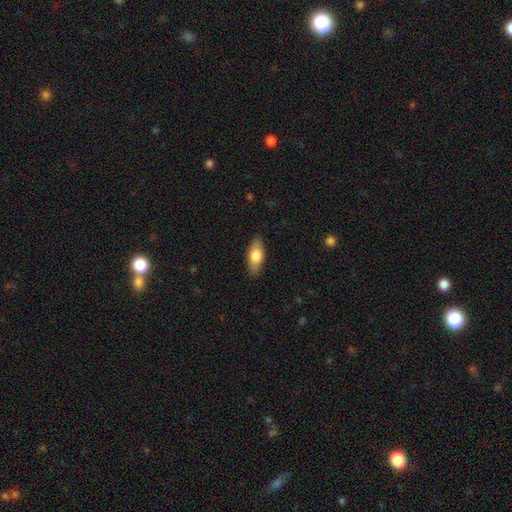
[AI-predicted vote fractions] smooth 74%, featured or disk 20%, star or artifact 6%. Down the decision tree: how rounded — in between (82%); merging — none (87%).